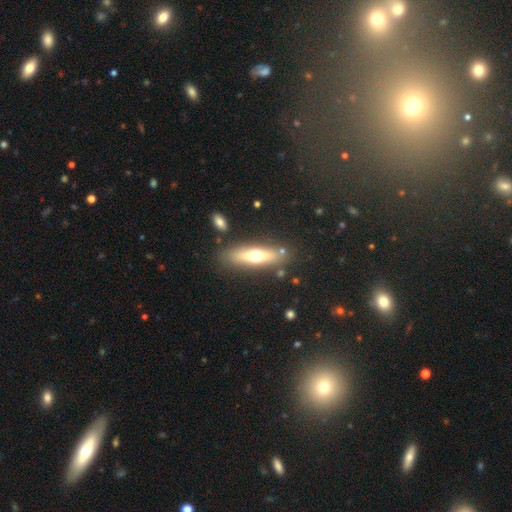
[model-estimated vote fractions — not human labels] A smooth galaxy with no disk features (52%) that is cigar-shaped (66%).

Vote fractions:
- Smooth or featured? smooth: 52% / featured or disk: 41% / star or artifact: 6%
- How rounded? cigar-shaped: 66% / in between: 32% / round: 3%
- Merging? none: 82% / minor disturbance: 11% / merger: 4% / major disturbance: 3%